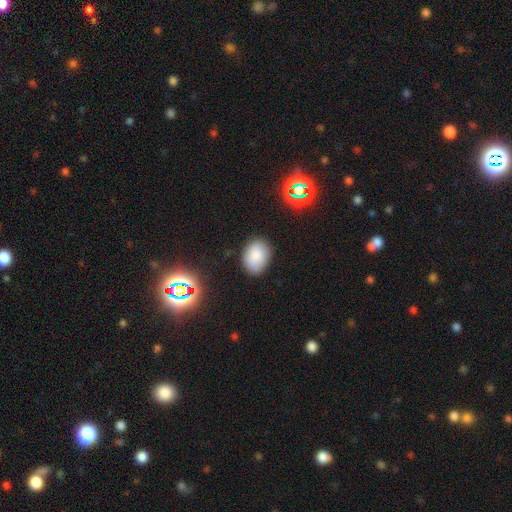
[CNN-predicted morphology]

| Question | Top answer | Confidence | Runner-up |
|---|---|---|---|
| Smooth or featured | smooth | 83% | star or artifact (11%) |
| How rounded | in between | 77% | round (22%) |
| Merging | none | 83% | minor disturbance (12%) |